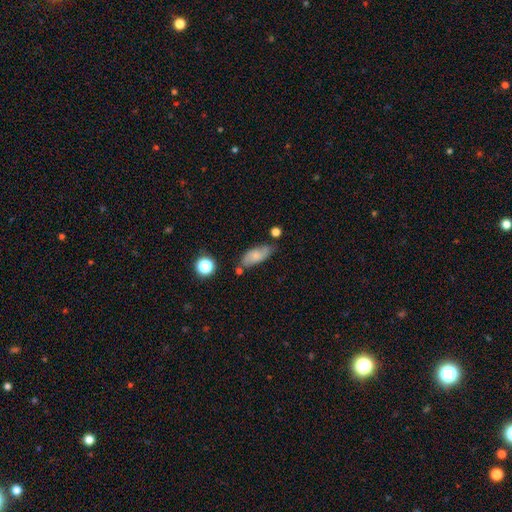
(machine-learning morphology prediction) This is likely a smooth galaxy (62%). How rounded: clearly in between (82%). Merging: likely none (65%).